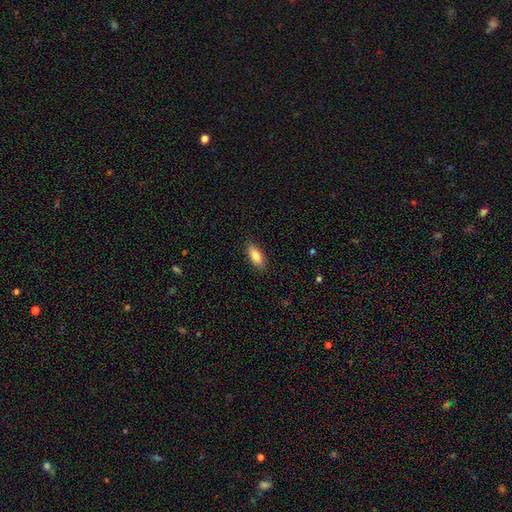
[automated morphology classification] Smooth or featured? smooth (82%)
How rounded? in between (75%)
Merging? none (88%)